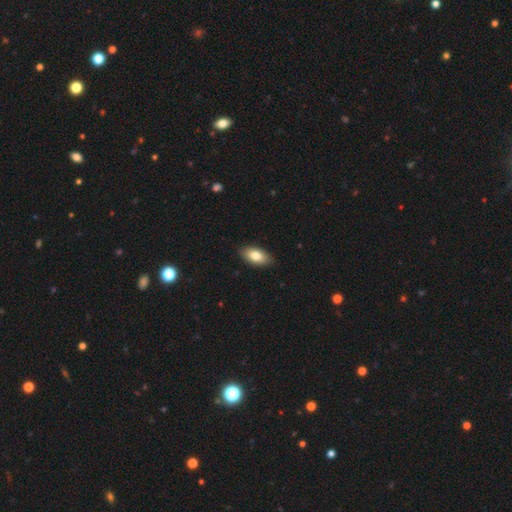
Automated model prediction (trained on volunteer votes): This is clearly a smooth galaxy (80%). How rounded: clearly in between (93%). Merging: clearly none (89%).